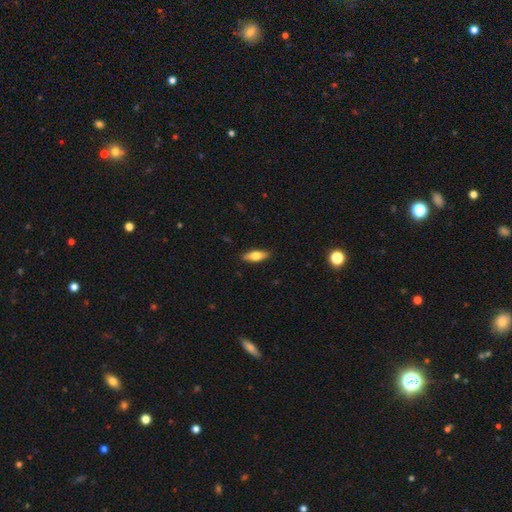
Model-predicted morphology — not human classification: smooth_or_featured: smooth (p=0.70) [alt: featured or disk p=0.24]
how_rounded: in between (p=0.65) [alt: cigar-shaped p=0.33]
merging: none (p=0.88) [alt: minor disturbance p=0.09]